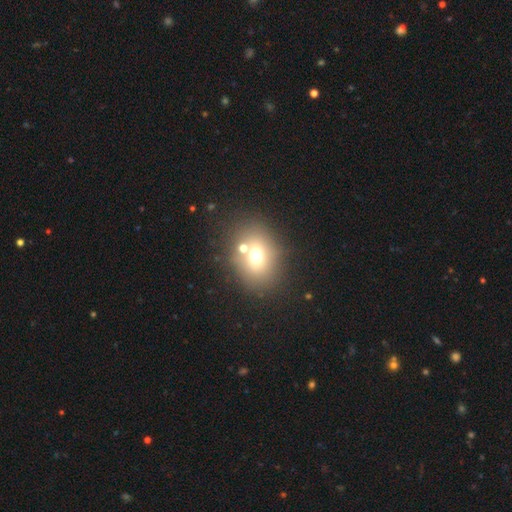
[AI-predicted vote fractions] Smooth or featured? smooth (67%)
How rounded? round (53%)
Merging? none (66%)